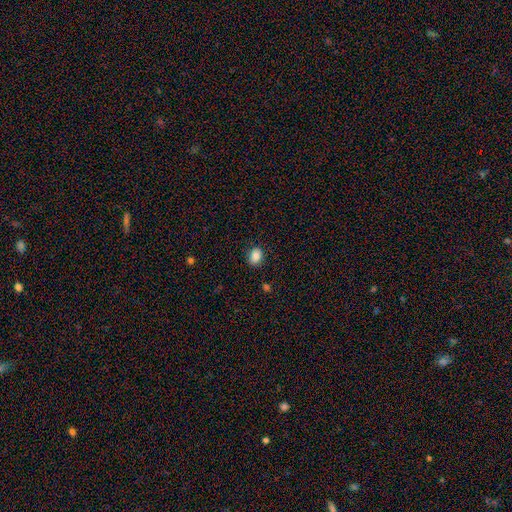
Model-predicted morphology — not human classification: This is clearly a smooth galaxy (85%). How rounded: likely in between (63%). Merging: clearly none (86%).